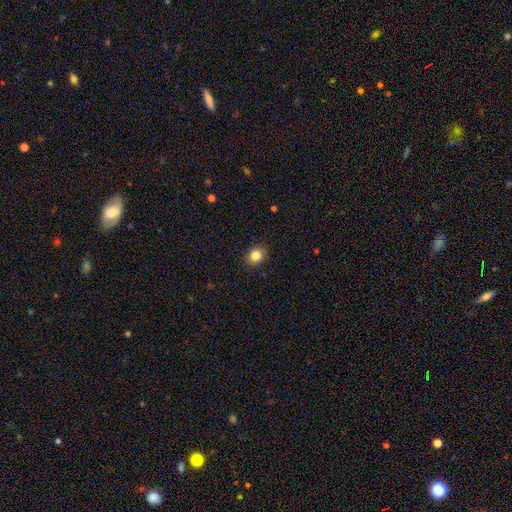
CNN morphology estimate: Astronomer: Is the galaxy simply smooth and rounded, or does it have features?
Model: smooth — 85%.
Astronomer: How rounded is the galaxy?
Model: round — 66%.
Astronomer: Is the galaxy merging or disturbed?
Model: none — 90%.